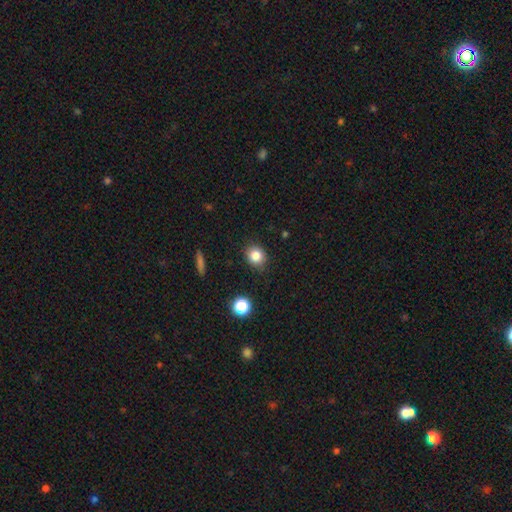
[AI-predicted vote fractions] Overall: smooth (83%). How rounded: round (72%). Merging: none (86%).